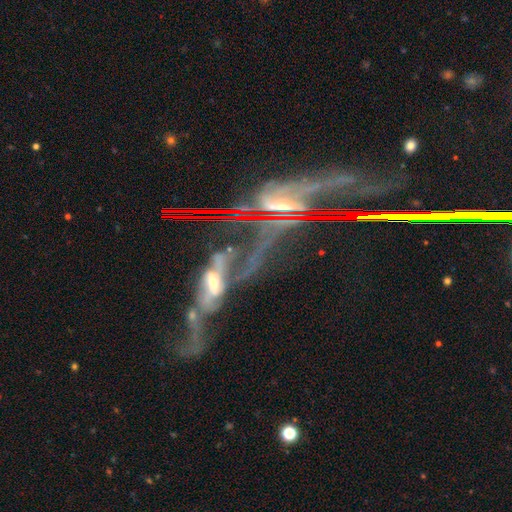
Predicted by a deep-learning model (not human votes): Smooth or featured?
  - featured or disk: 78% *
  - star or artifact: 14%
  - smooth: 8%
Edge-on disk?
  - no: 65% *
  - yes: 35%
Bar?
  - no: 52% *
  - weak: 29%
  - strong: 19%
Spiral arms?
  - yes: 73% *
  - no: 27%
Bulge size?
  - moderate: 48% *
  - small: 34%
  - none: 8%
  - large: 7%
  - dominant: 2%
Merging?
  - merger: 56% *
  - major disturbance: 21%
  - none: 15%
  - minor disturbance: 8%